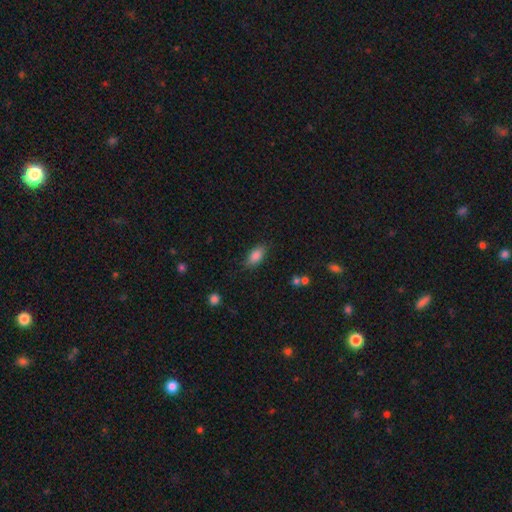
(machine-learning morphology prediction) A smooth galaxy with no disk features (85%) that is in between round and cigar-shaped (89%).

Vote fractions:
- Smooth or featured? smooth: 85% / star or artifact: 8% / featured or disk: 7%
- How rounded? in between: 89% / cigar-shaped: 7% / round: 4%
- Merging? none: 79% / minor disturbance: 15% / major disturbance: 4% / merger: 2%